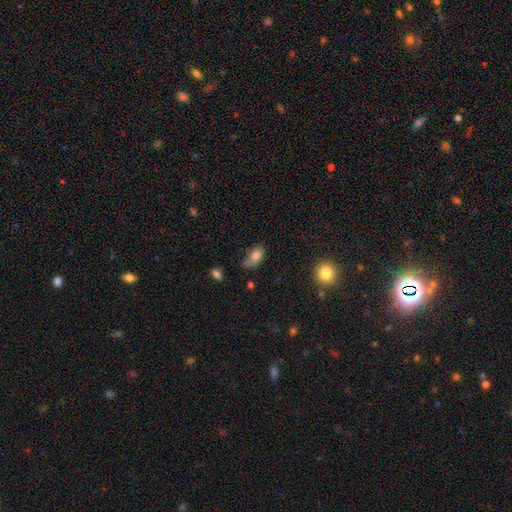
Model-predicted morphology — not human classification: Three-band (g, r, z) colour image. It shows a smooth galaxy with no disk features (77%) that is in between round and cigar-shaped (88%). Merging: none (42%).